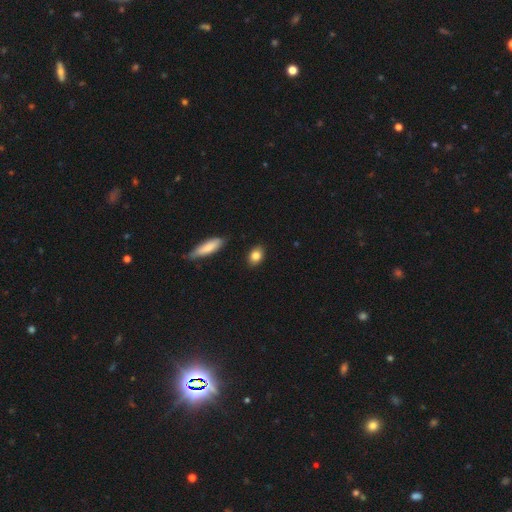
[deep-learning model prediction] Smooth or featured? Predicted: smooth (p=0.85). How rounded? Predicted: in between (p=0.68). Merging? Predicted: none (p=0.86).